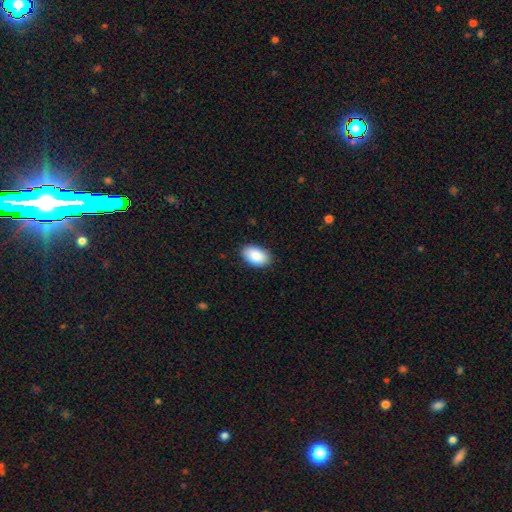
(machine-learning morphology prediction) A smooth galaxy with no disk features (90%) that is in between round and cigar-shaped (94%). Merging: none (87%).